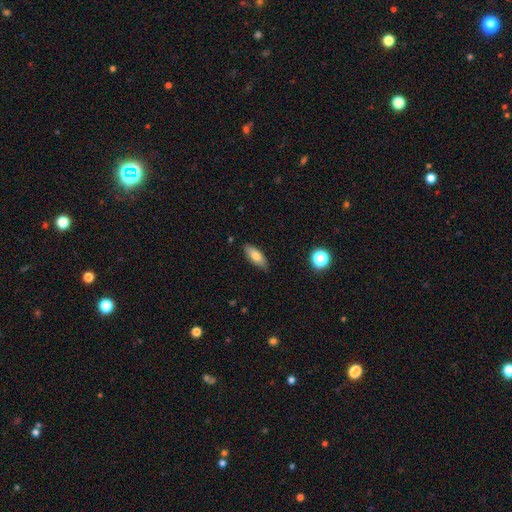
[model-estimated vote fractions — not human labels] Q: Smooth or featured?
A: smooth (76%); runner-up: featured or disk (17%)
Q: How rounded?
A: in between (74%); runner-up: cigar-shaped (23%)
Q: Merging?
A: none (84%); runner-up: minor disturbance (12%)